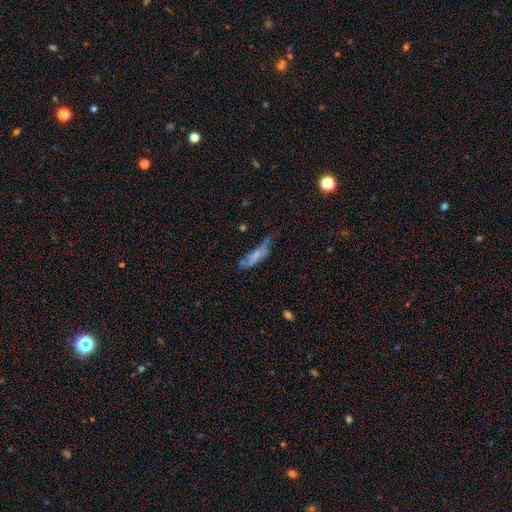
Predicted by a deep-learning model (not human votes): The model was most divided on "merging": none: 45%, minor disturbance: 30%, major disturbance: 14%, merger: 11%. More confident: how rounded — cigar-shaped (63%); smooth or featured — smooth (57%).